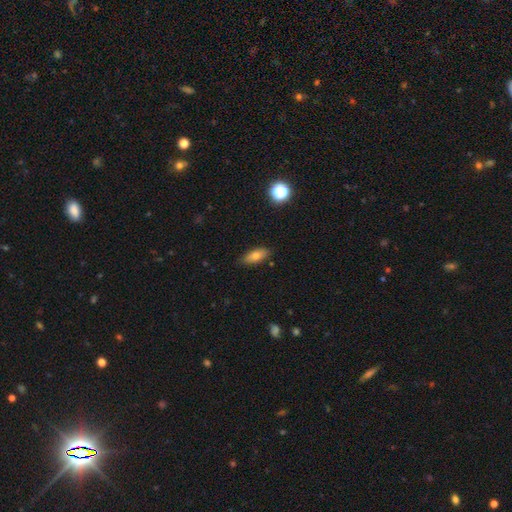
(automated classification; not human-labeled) Q: Smooth or featured?
A: smooth (74%); runner-up: featured or disk (17%)
Q: How rounded?
A: in between (77%); runner-up: cigar-shaped (18%)
Q: Merging?
A: none (86%); runner-up: minor disturbance (10%)